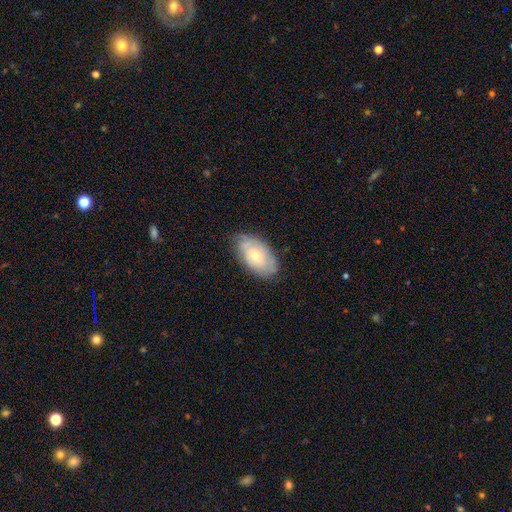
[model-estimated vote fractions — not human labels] smooth-or-featured: smooth: 57% | featured or disk: 36% | star or artifact: 6%
  how-rounded: in between: 93% | round: 4% | cigar-shaped: 2%
  merging: none: 72% | minor disturbance: 23% | major disturbance: 4% | merger: 1%